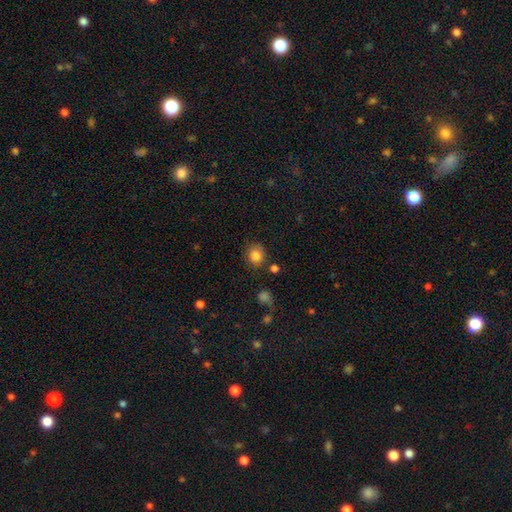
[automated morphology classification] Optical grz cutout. It shows a smooth galaxy with no disk features (84%) that is round (75%). Merging: none (81%).